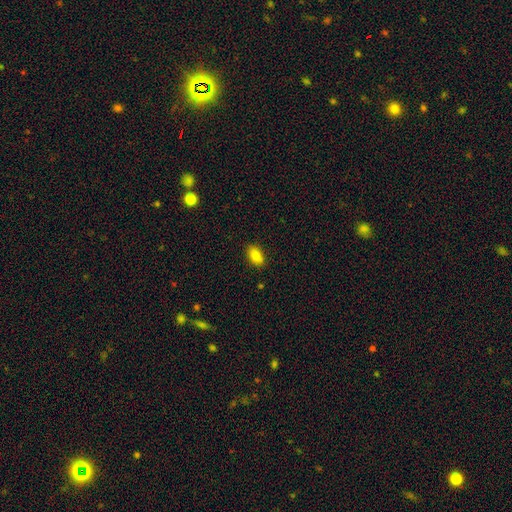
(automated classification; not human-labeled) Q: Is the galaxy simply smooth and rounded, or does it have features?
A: smooth — 83%.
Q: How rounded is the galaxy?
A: in between — 89%.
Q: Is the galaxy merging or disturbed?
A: none — 87%.